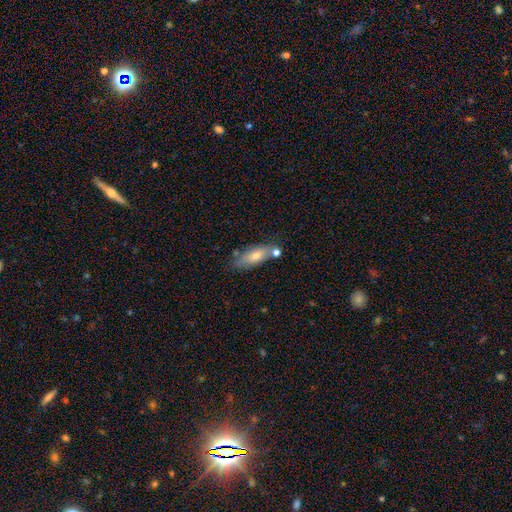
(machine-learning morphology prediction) A smooth galaxy with no disk features (65%) that is in between round and cigar-shaped (63%). Merging: none (63%).